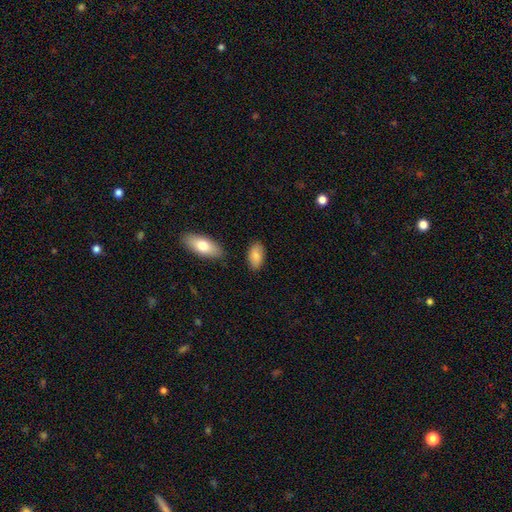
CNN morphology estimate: type=smooth (82%); roundness=in between (94%); merging=none (82%).